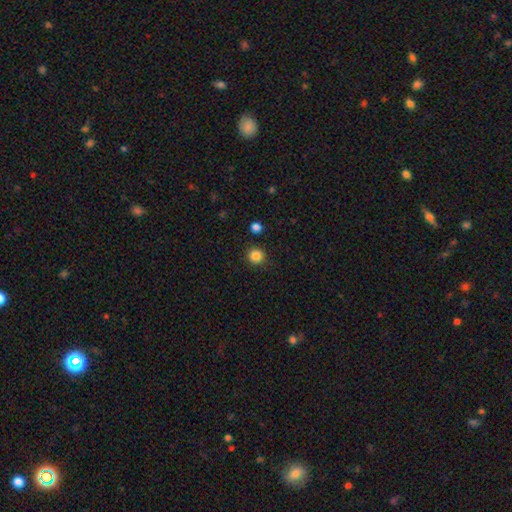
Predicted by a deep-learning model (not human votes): Smooth or featured?
  - smooth: 85% *
  - star or artifact: 11%
  - featured or disk: 3%
How rounded?
  - round: 94% *
  - in between: 5%
  - cigar-shaped: 1%
Merging?
  - none: 90% *
  - minor disturbance: 6%
  - merger: 2%
  - major disturbance: 2%